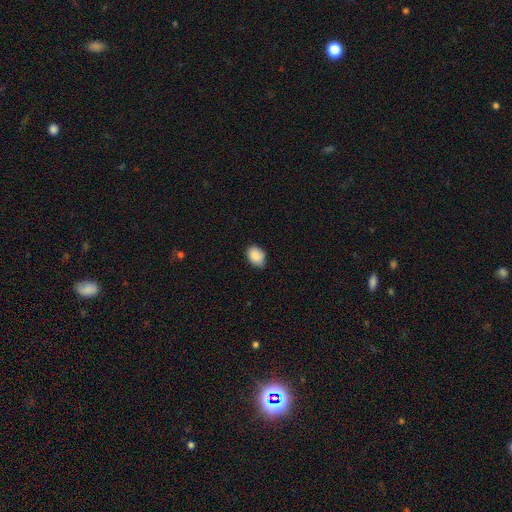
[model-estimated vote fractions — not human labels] smooth_or_featured: smooth (p=0.89) [alt: star or artifact p=0.07]
how_rounded: in between (p=0.74) [alt: round p=0.25]
merging: none (p=0.72) [alt: minor disturbance p=0.24]